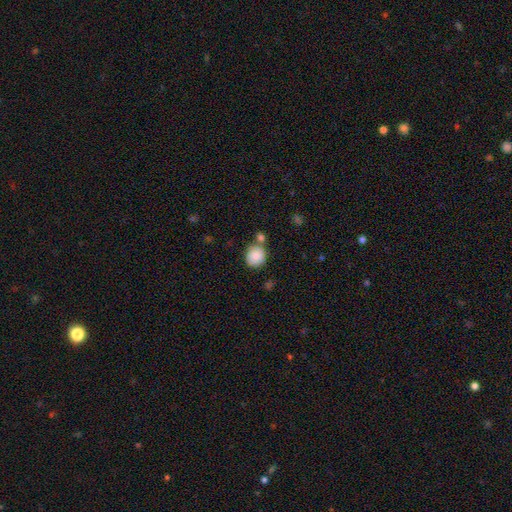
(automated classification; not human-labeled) Smooth or featured? Predicted: smooth (p=0.86). How rounded? Predicted: round (p=0.80). Merging? Predicted: none (p=0.67).